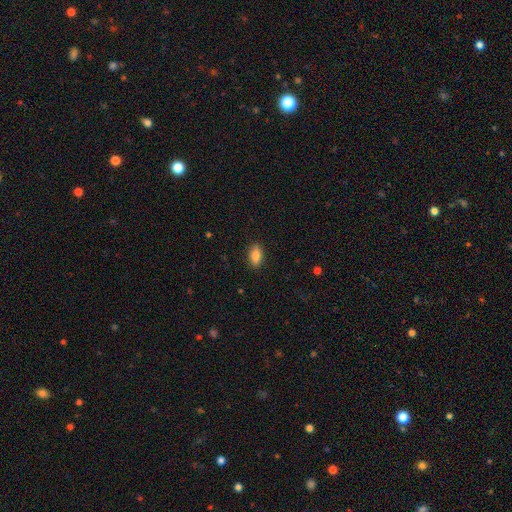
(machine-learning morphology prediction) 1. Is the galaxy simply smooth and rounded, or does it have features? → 86% smooth, 8% star or artifact, 6% featured or disk.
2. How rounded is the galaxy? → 89% in between, 5% cigar-shaped, 5% round.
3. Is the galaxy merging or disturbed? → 88% none, 9% minor disturbance, 2% major disturbance, 1% merger.